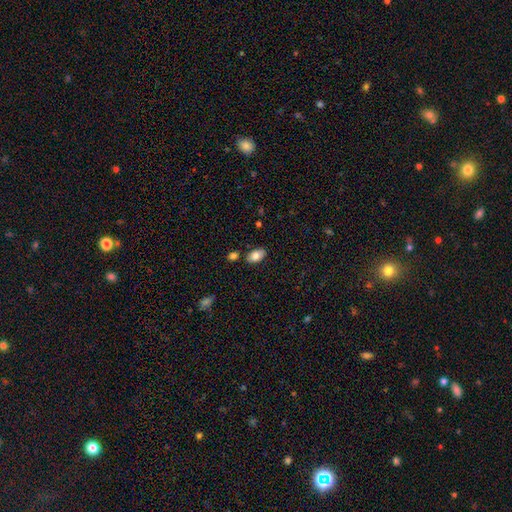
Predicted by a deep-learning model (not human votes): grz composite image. It shows a smooth galaxy with no disk features (79%) that is in between round and cigar-shaped (93%). Merging: none (81%).